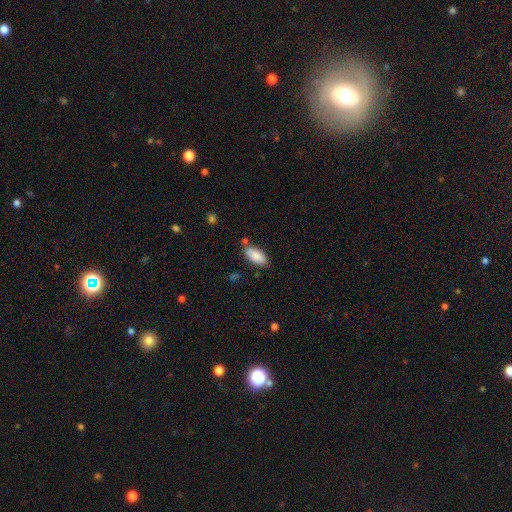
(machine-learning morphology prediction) smooth-or-featured: smooth: 86% | featured or disk: 8% | star or artifact: 7%
  how-rounded: in between: 92% | cigar-shaped: 6% | round: 2%
  merging: none: 75% | minor disturbance: 15% | merger: 6% | major disturbance: 3%